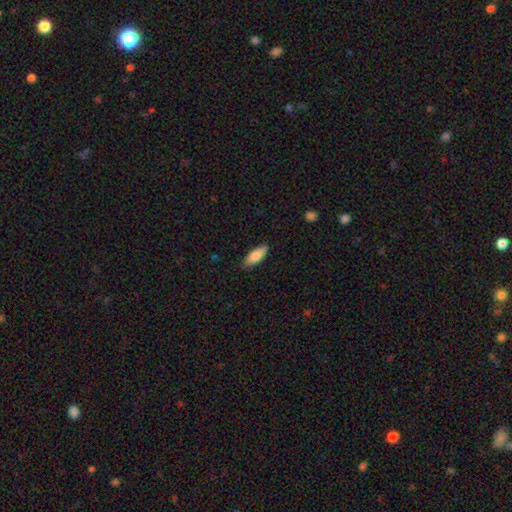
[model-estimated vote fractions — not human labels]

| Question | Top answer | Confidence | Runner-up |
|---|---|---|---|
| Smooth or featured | smooth | 83% | featured or disk (11%) |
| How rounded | in between | 71% | cigar-shaped (27%) |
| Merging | none | 83% | minor disturbance (14%) |